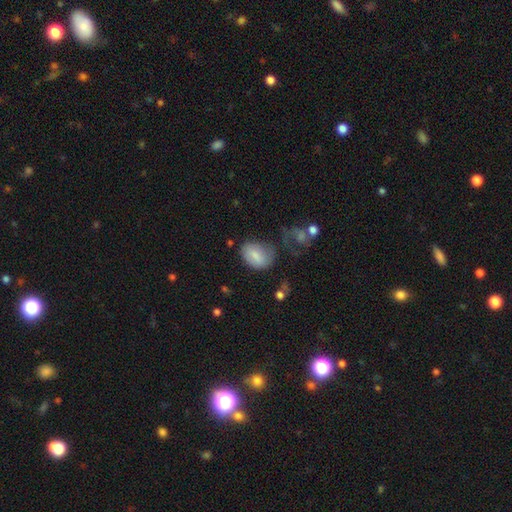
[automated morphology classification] A smooth galaxy with no disk features (76%) that is in between round and cigar-shaped (75%). Merging: none (53%).